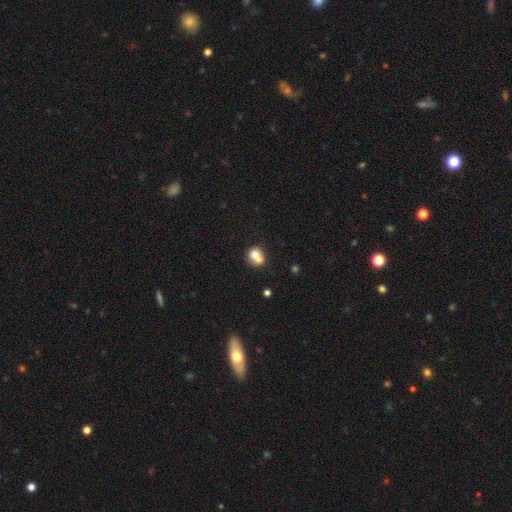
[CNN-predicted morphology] Smooth or featured?
  - smooth: 72% *
  - featured or disk: 18%
  - star or artifact: 10%
How rounded?
  - round: 69% *
  - in between: 30%
  - cigar-shaped: 1%
Merging?
  - merger: 53% *
  - none: 33%
  - minor disturbance: 10%
  - major disturbance: 4%